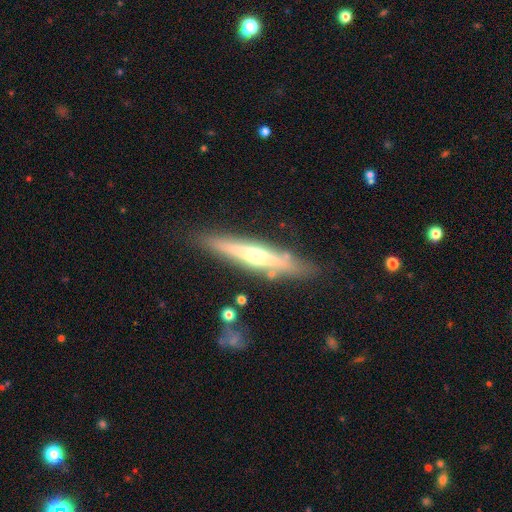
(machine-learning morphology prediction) Overall: featured or disk (66%; smooth 28%). Edge-on disk: yes (93%). Edge-on bulge: rounded (84%). Merging: none (82%).